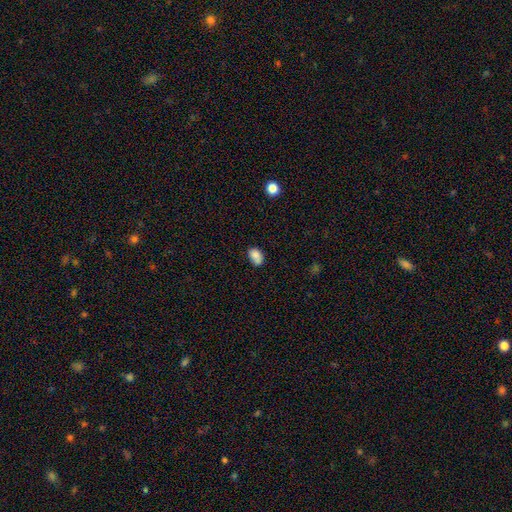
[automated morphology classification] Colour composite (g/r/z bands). It shows a smooth galaxy with no disk features (79%) that is in between round and cigar-shaped (76%). Merging: none (50%).